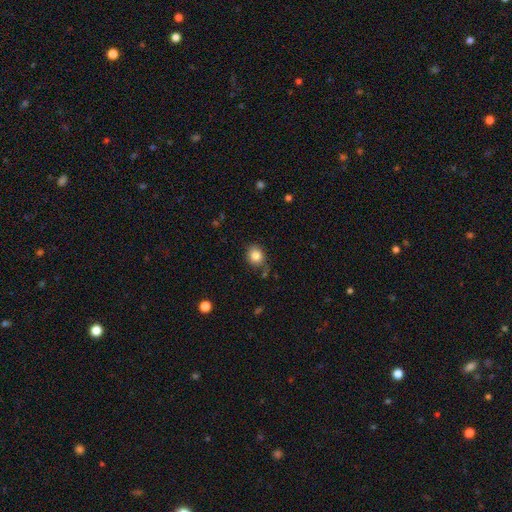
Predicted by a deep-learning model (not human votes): Q: Smooth or featured?
A: smooth (84%); runner-up: star or artifact (10%)
Q: How rounded?
A: round (72%); runner-up: in between (27%)
Q: Merging?
A: none (74%); runner-up: minor disturbance (17%)